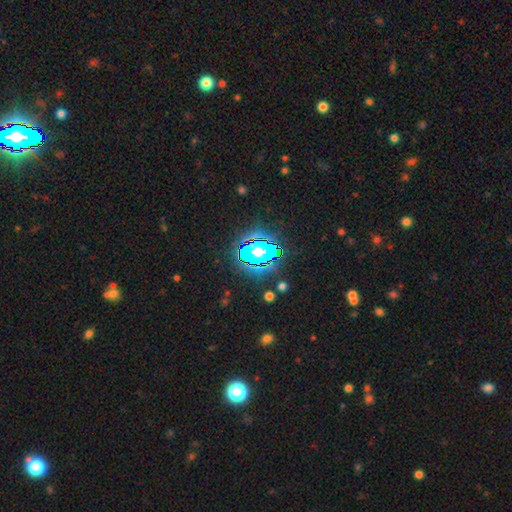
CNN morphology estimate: type=star or artifact (81%).